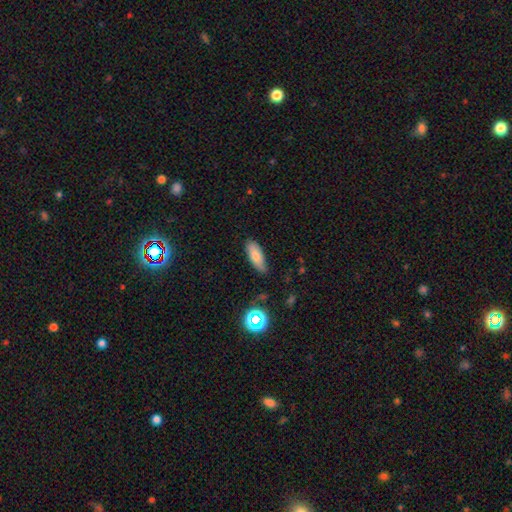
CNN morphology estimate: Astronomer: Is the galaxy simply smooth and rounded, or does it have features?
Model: smooth — 78%.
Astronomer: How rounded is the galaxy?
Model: in between — 67%.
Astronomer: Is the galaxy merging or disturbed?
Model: none — 78%.